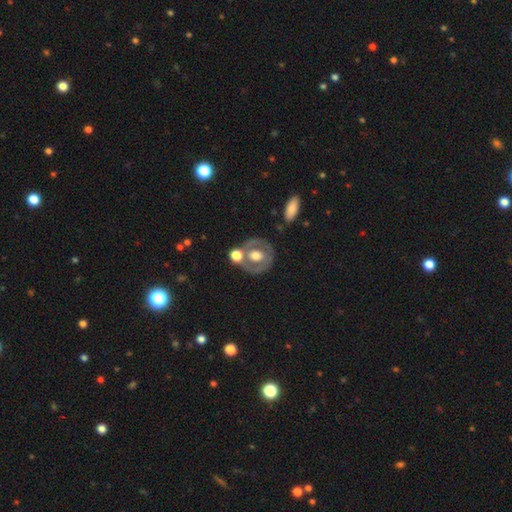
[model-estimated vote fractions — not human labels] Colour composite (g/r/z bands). It shows a featured or disk galaxy (54%) with no bar (80%), no spiral arms (82%) and a moderate central bulge (55%). Merging: none (61%).